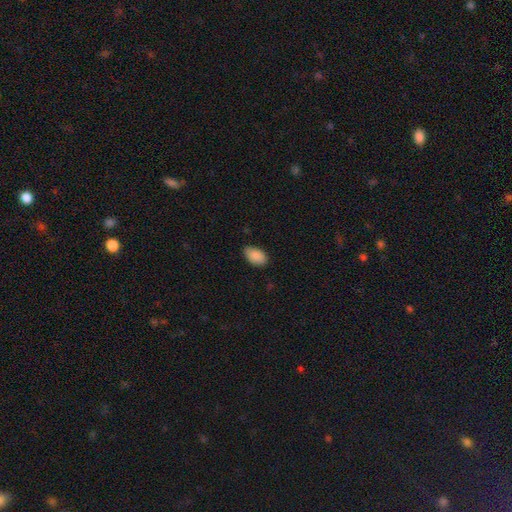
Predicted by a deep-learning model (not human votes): Smooth or featured?
  - smooth: 89% *
  - star or artifact: 7%
  - featured or disk: 4%
How rounded?
  - in between: 92% *
  - round: 6%
  - cigar-shaped: 1%
Merging?
  - none: 80% *
  - minor disturbance: 16%
  - major disturbance: 3%
  - merger: 1%